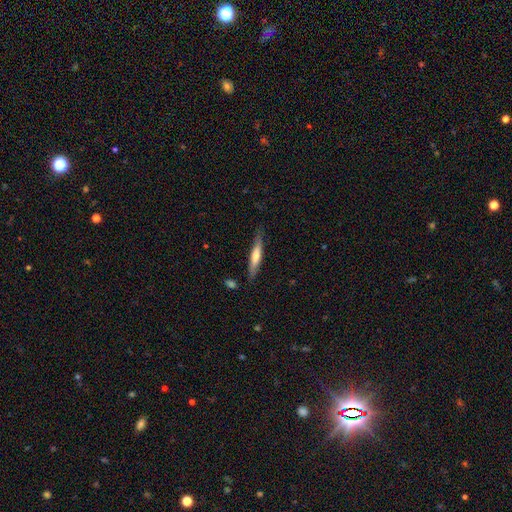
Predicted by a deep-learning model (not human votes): A smooth galaxy with no disk features (54%) that is cigar-shaped (88%). Merging: none (80%).